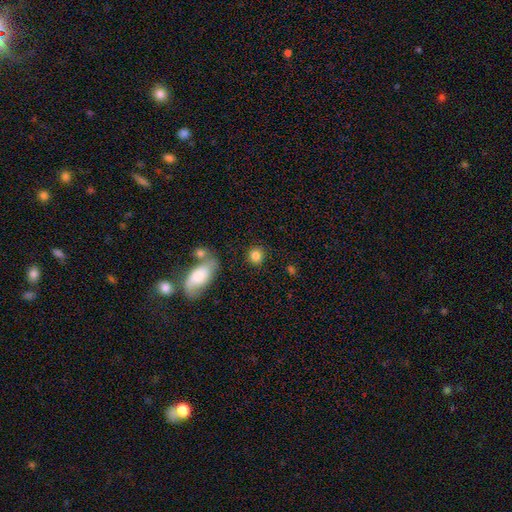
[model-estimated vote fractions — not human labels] A smooth galaxy with no disk features (84%) that is round (82%). Merging: none (83%).